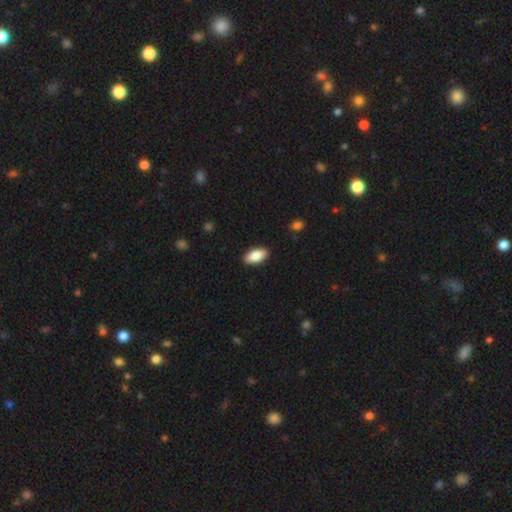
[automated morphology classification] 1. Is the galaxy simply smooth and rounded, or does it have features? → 86% smooth, 8% featured or disk, 6% star or artifact.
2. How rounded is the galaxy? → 91% in between, 6% cigar-shaped, 3% round.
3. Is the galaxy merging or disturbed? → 89% none, 8% minor disturbance, 2% major disturbance, 1% merger.